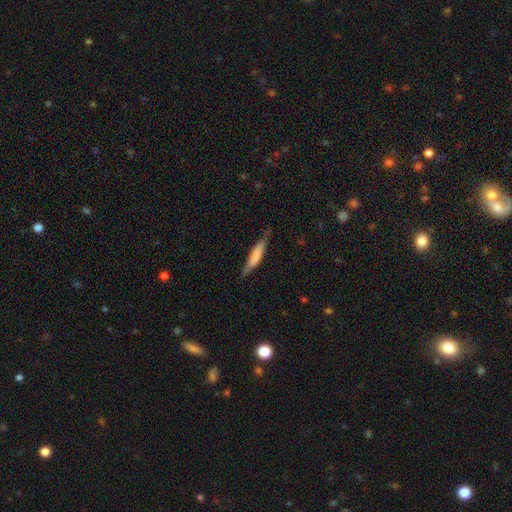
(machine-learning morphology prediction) Smooth or featured? Predicted: smooth (p=0.64). How rounded? Predicted: cigar-shaped (p=0.85). Merging? Predicted: none (p=0.74).